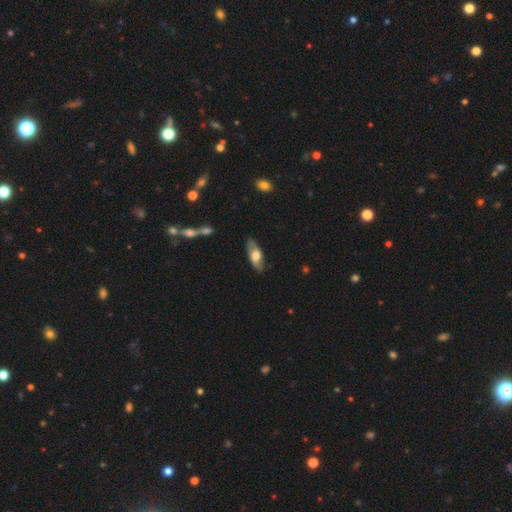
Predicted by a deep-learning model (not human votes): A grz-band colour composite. It shows a smooth galaxy with no disk features (49%). Merging: none (79%).